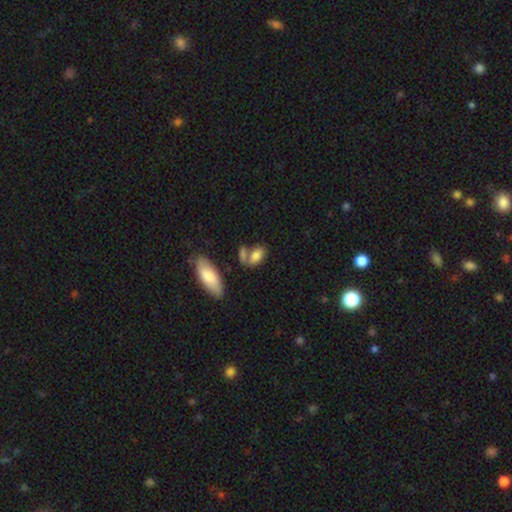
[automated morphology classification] Q: Smooth or featured?
A: smooth (80%); runner-up: featured or disk (12%)
Q: How rounded?
A: in between (86%); runner-up: round (8%)
Q: Merging?
A: none (50%); runner-up: merger (27%)